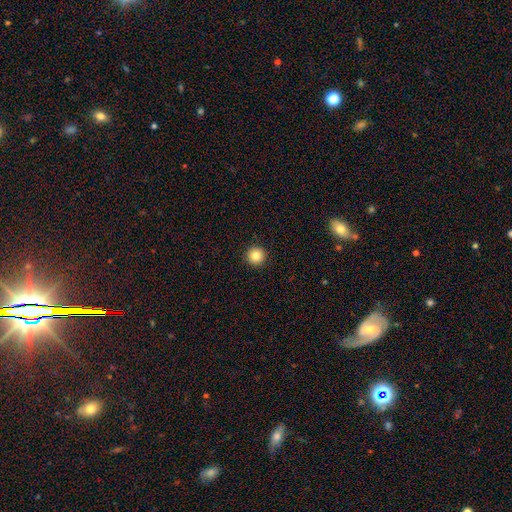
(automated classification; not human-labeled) The model was most divided on "smooth or featured": smooth: 84%, star or artifact: 11%, featured or disk: 5%. More confident: how rounded — round (96%); merging — none (94%).